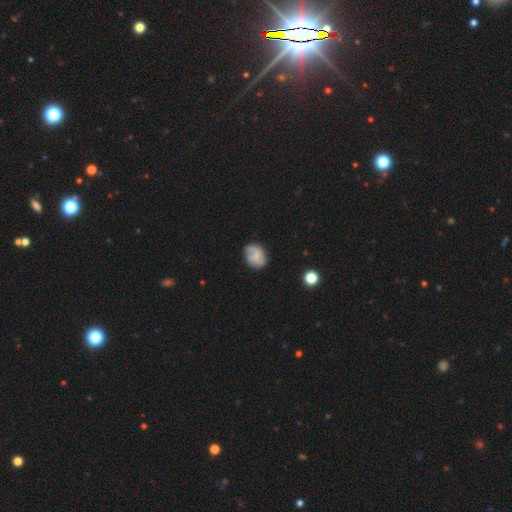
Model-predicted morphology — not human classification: The model was most divided on "smooth or featured": featured or disk: 49%, smooth: 43%, star or artifact: 8%. More confident: merging — none (67%).